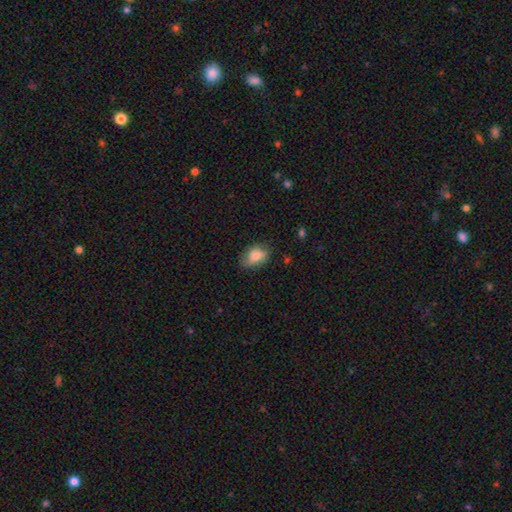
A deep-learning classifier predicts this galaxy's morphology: Smooth or featured: smooth — 83% (featured or disk — 10%)
How rounded: in between — 81% (round — 17%)
Merging: none — 67% (minor disturbance — 26%)